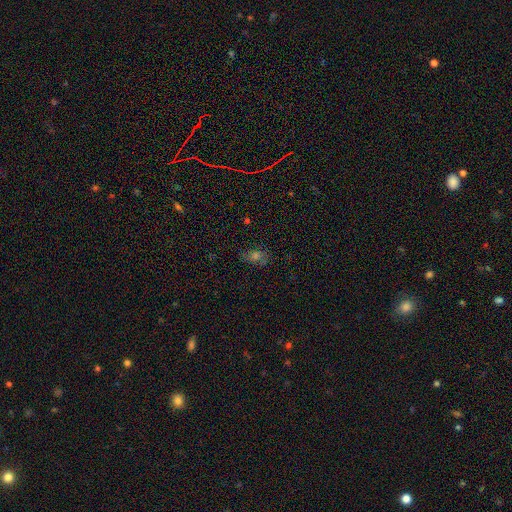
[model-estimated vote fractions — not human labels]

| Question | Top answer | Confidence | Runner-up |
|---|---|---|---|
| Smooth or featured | smooth | 47% | star or artifact (31%) |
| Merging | none | 75% | minor disturbance (17%) |